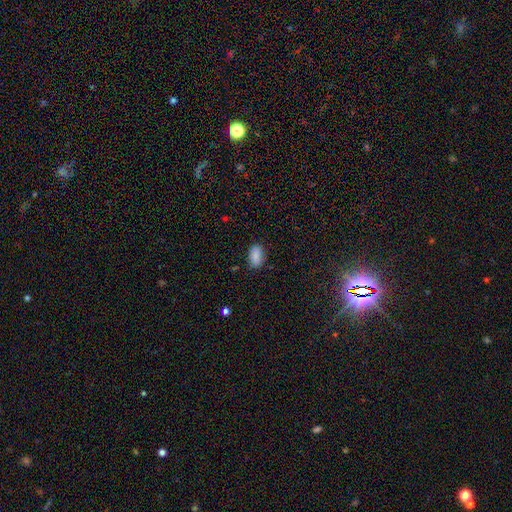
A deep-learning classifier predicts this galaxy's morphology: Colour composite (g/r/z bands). It shows a smooth galaxy with no disk features (88%) that is in between round and cigar-shaped (91%). Merging: none (84%).